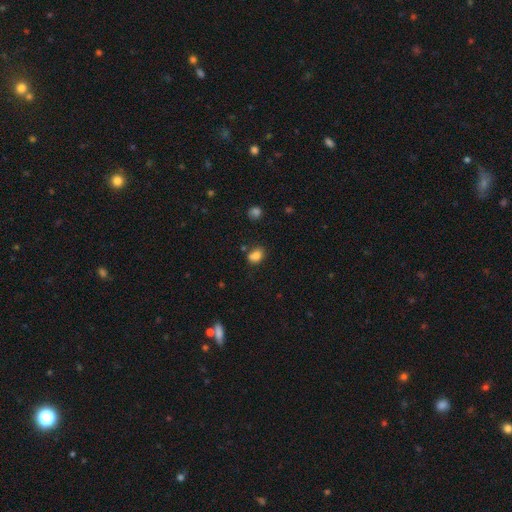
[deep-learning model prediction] Smooth or featured?
  - smooth: 80% *
  - star or artifact: 12%
  - featured or disk: 8%
How rounded?
  - in between: 61% *
  - round: 38%
  - cigar-shaped: 1%
Merging?
  - none: 63% *
  - minor disturbance: 18%
  - merger: 14%
  - major disturbance: 5%